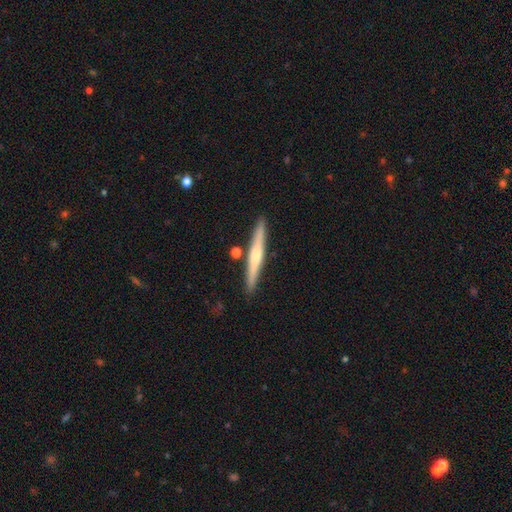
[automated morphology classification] Smooth or featured?
  - featured or disk: 51% *
  - smooth: 43%
  - star or artifact: 6%
Edge-on disk?
  - yes: 97% *
  - no: 3%
Merging?
  - none: 87% *
  - minor disturbance: 8%
  - merger: 4%
  - major disturbance: 2%